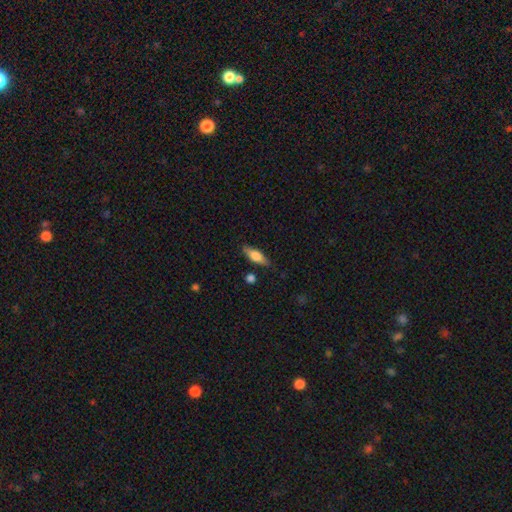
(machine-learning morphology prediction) Smooth or featured? Predicted: smooth (p=0.52). How rounded? Predicted: in between (p=0.49). Merging? Predicted: none (p=0.83).